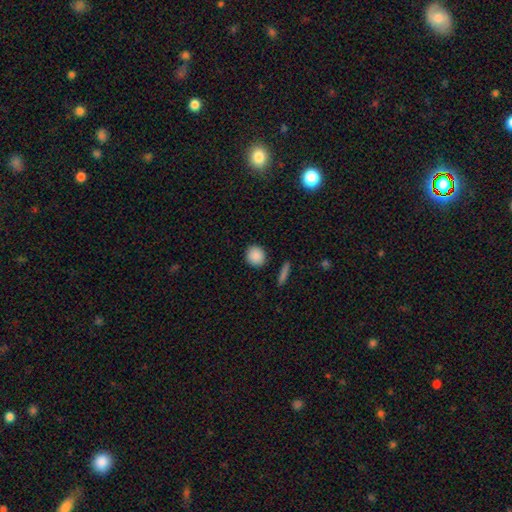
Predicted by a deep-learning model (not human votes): A smooth galaxy with no disk features (88%) that is round (81%).

Vote fractions:
- Smooth or featured? smooth: 88% / star or artifact: 8% / featured or disk: 4%
- How rounded? round: 81% / in between: 18% / cigar-shaped: 2%
- Merging? none: 90% / minor disturbance: 6% / major disturbance: 2% / merger: 2%